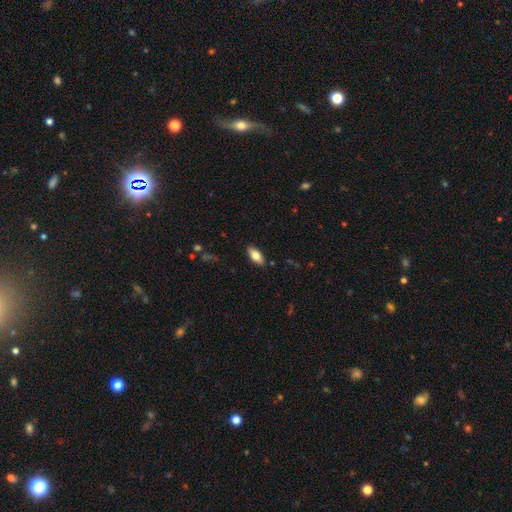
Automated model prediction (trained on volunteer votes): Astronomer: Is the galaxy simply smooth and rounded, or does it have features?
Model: smooth — 70%.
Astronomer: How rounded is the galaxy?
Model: in between — 84%.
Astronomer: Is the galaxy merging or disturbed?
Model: none — 88%.